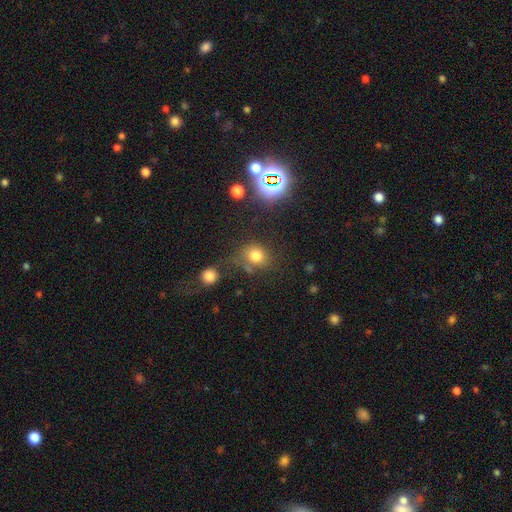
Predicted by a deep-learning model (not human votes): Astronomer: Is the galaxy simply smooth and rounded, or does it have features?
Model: smooth — 74%.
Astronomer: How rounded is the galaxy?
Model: round — 75%.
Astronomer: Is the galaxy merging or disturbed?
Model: none — 64%.